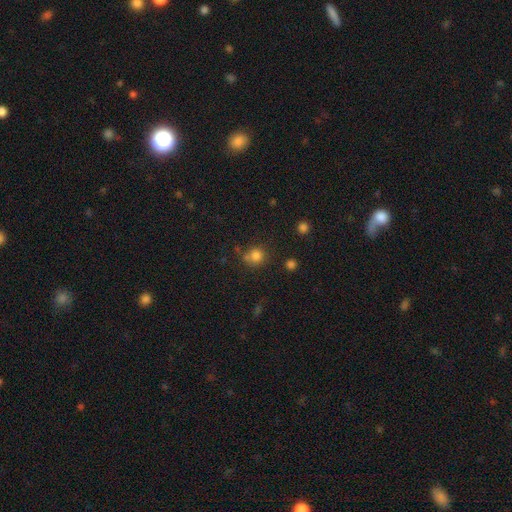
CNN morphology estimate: Smooth or featured? smooth (80%)
How rounded? round (84%)
Merging? none (62%)